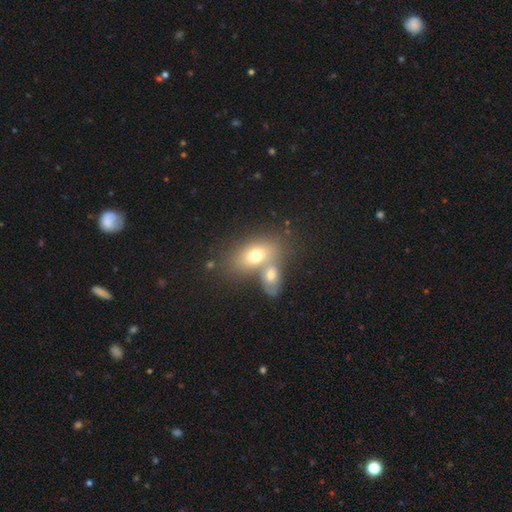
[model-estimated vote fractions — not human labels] The model was most divided on "merging": merger: 51%, none: 36%, minor disturbance: 9%, major disturbance: 5%. More confident: how rounded — in between (82%); smooth or featured — smooth (67%).